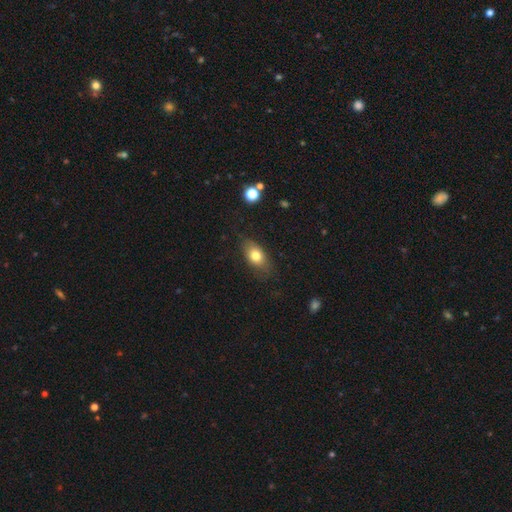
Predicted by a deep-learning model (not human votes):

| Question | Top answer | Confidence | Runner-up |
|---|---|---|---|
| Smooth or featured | smooth | 75% | featured or disk (16%) |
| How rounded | in between | 83% | round (12%) |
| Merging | none | 75% | minor disturbance (19%) |